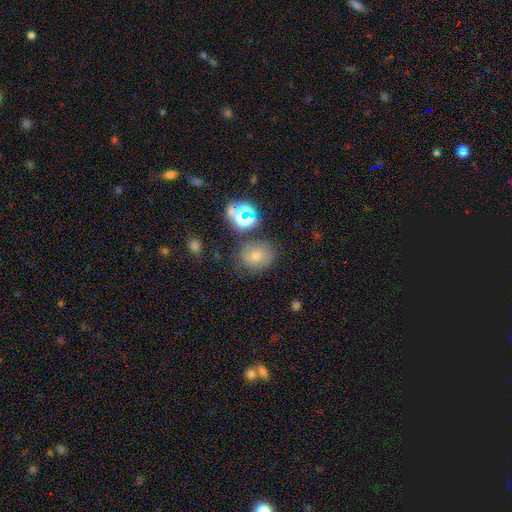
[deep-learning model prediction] Smooth or featured? smooth (67%)
How rounded? round (60%)
Merging? none (69%)